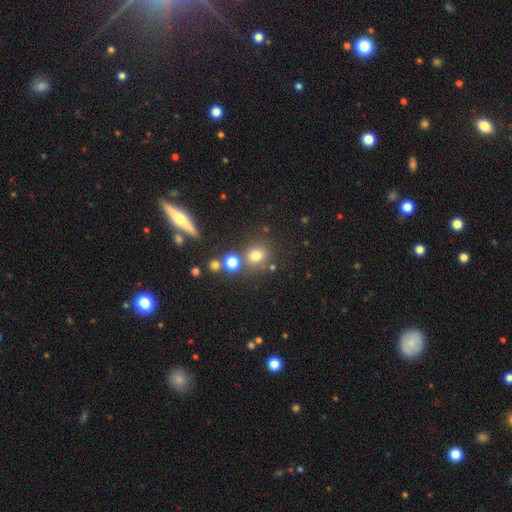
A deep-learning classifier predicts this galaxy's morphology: Smooth or featured? Predicted: smooth (p=0.73). How rounded? Predicted: round (p=0.74). Merging? Predicted: none (p=0.69).